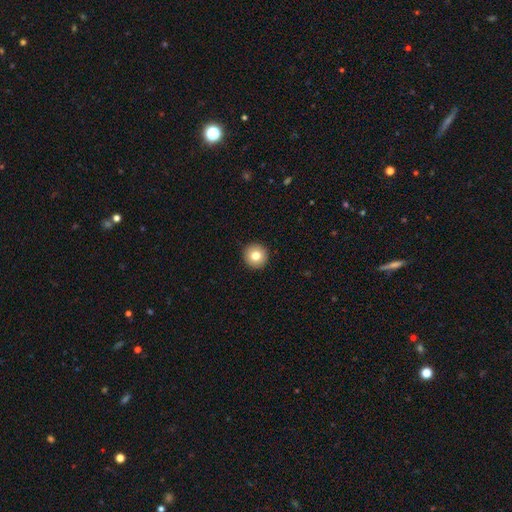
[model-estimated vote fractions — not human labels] Smooth or featured: smooth — 79% (featured or disk — 12%)
How rounded: round — 96% (in between — 3%)
Merging: none — 93% (minor disturbance — 4%)